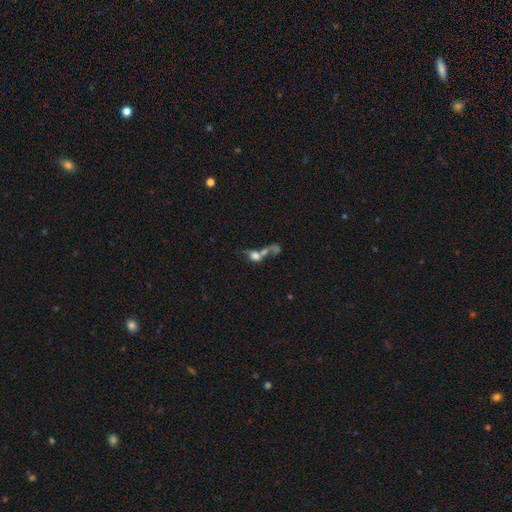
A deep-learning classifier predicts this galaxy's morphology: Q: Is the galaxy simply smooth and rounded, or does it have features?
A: smooth — 56%.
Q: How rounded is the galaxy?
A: in between — 52%.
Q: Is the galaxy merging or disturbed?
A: merger — 67%.